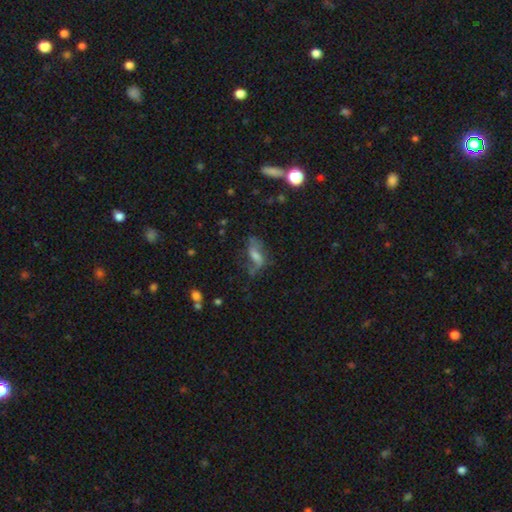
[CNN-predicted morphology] A featured or disk galaxy (57%) with a weak bar (42%), spiral arms (77%) and a moderate central bulge (40%).

Vote fractions:
- Smooth or featured? featured or disk: 57% / smooth: 30% / star or artifact: 14%
- Edge-on disk? no: 89% / yes: 11%
- Bar? weak: 42% / no: 35% / strong: 23%
- Spiral arms? yes: 77% / no: 23%
- Bulge size? moderate: 40% / small: 31% / none: 16% / large: 11% / dominant: 2%
- Merging? none: 51% / major disturbance: 23% / minor disturbance: 22% / merger: 4%